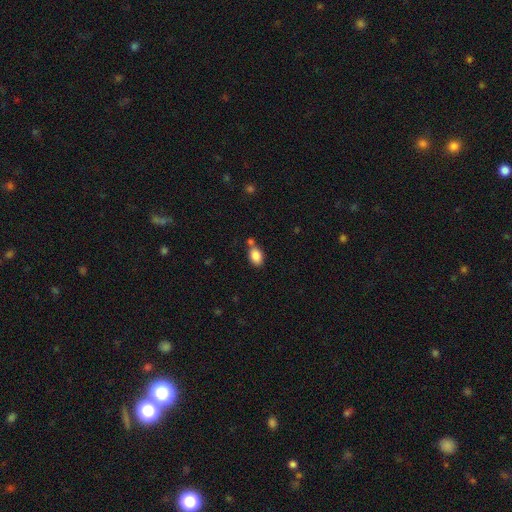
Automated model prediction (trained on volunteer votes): A smooth galaxy with no disk features (87%) that is in between round and cigar-shaped (84%).

Vote fractions:
- Smooth or featured? smooth: 87% / star or artifact: 8% / featured or disk: 5%
- How rounded? in between: 84% / round: 14% / cigar-shaped: 1%
- Merging? none: 63% / merger: 20% / minor disturbance: 14% / major disturbance: 4%